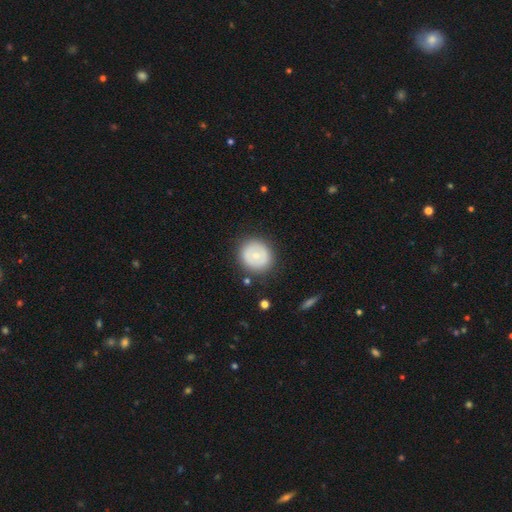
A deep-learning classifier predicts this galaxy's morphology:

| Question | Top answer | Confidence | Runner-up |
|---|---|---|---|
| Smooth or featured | smooth | 61% | featured or disk (32%) |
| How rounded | round | 87% | in between (12%) |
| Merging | none | 84% | minor disturbance (10%) |